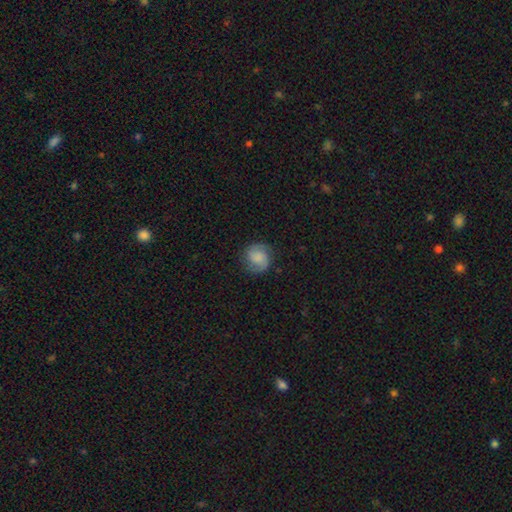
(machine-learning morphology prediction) The model was most divided on "smooth or featured": featured or disk: 53%, smooth: 39%, star or artifact: 9%. Remaining: edge-on disk — no (98%); spiral arms — yes (93%); merging — none (81%); bar — no (62%); bulge size — none (42%).